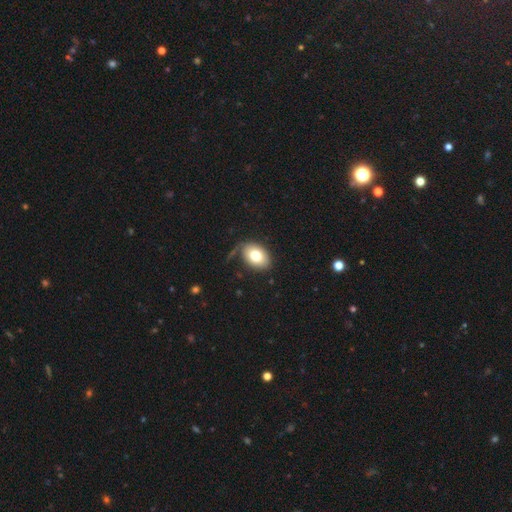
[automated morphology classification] type=smooth (77%); roundness=in between (81%); merging=none (74%).